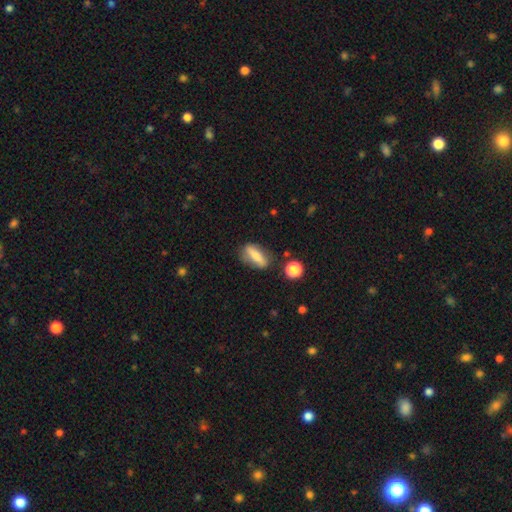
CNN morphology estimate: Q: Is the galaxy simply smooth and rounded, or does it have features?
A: smooth — 63%.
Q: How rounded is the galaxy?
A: in between — 56%.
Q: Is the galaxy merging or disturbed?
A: none — 74%.